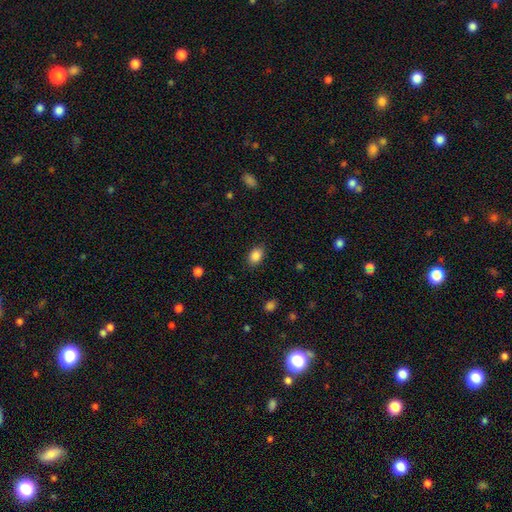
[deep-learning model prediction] This is clearly a smooth galaxy (87%). How rounded: clearly in between (82%). Merging: clearly none (86%).